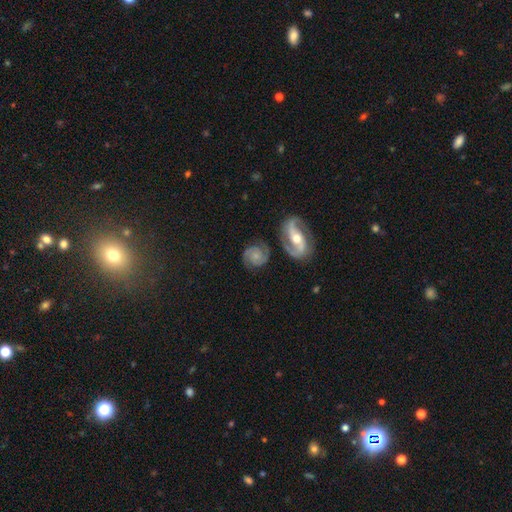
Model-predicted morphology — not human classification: Smooth or featured? Predicted: featured or disk (p=0.84). Edge-on disk? Predicted: no (p=0.97). Bar? Predicted: no (p=0.67). Spiral arms? Predicted: yes (p=0.97). Spiral winding? Predicted: medium (p=0.46). Spiral arm count? Predicted: 2 (p=0.91). Bulge size? Predicted: small (p=0.52). Merging? Predicted: none (p=0.74).